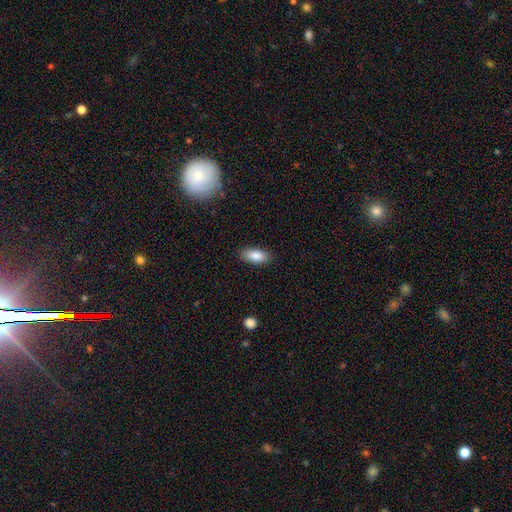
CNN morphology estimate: Smooth or featured? smooth (86%)
How rounded? in between (87%)
Merging? none (87%)